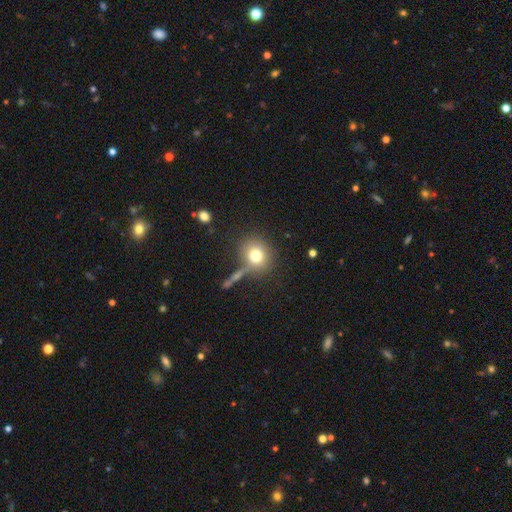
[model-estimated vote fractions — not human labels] This is likely a smooth galaxy (75%). How rounded: clearly round (84%). Merging: likely none (70%).